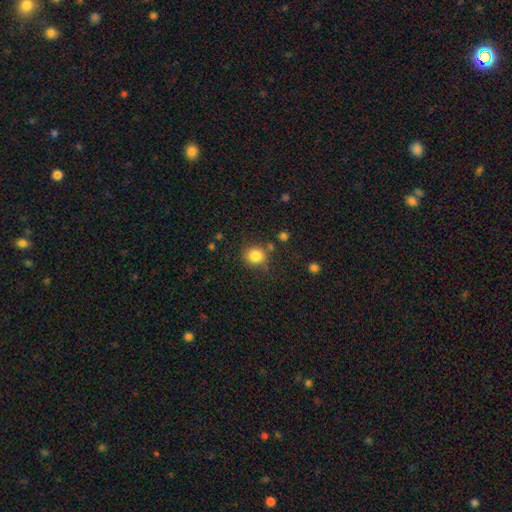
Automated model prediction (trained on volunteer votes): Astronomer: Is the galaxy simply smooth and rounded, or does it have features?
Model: smooth — 84%.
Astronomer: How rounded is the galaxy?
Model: round — 84%.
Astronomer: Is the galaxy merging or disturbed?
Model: none — 80%.